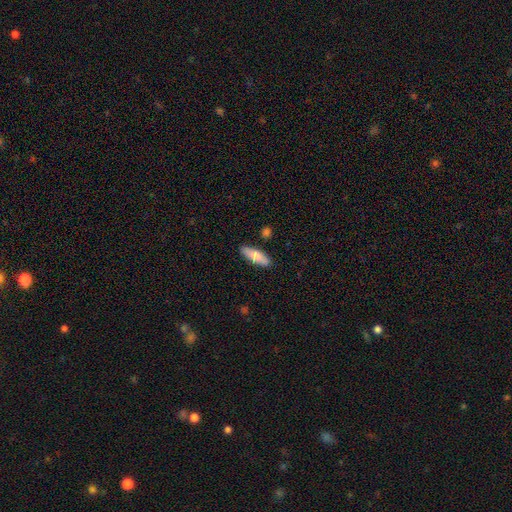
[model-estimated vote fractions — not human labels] This is likely a smooth galaxy (68%). How rounded: possibly in between (55%). Merging: clearly none (85%).